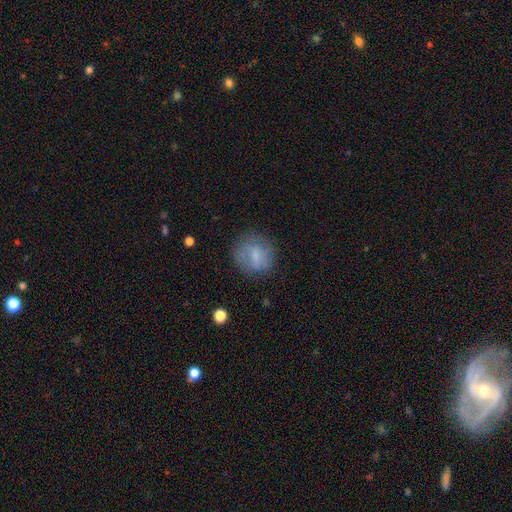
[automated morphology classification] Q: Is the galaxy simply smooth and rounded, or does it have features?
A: smooth — 63%.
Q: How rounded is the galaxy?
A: round — 79%.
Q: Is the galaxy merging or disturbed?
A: none — 70%.